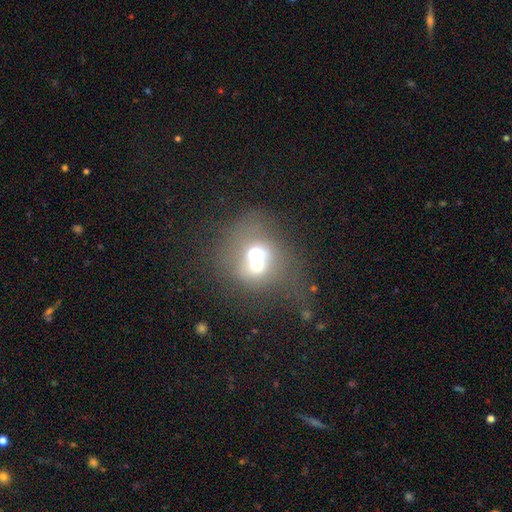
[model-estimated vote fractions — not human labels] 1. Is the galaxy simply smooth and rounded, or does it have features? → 54% smooth, 33% featured or disk, 13% star or artifact.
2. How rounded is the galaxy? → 72% round, 27% in between, 1% cigar-shaped.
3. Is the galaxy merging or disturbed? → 70% merger, 18% none, 6% minor disturbance, 6% major disturbance.